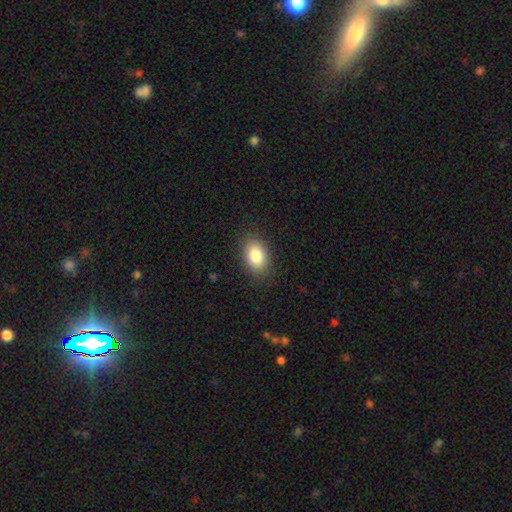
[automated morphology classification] Smooth or featured: smooth — 84% (star or artifact — 8%)
How rounded: in between — 85% (round — 14%)
Merging: none — 86% (minor disturbance — 10%)